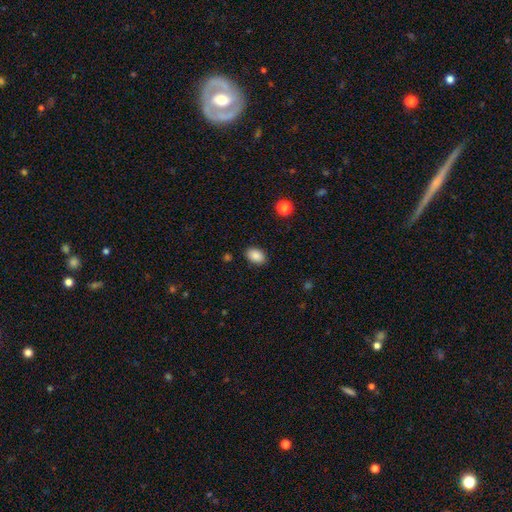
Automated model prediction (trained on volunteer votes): smooth_or_featured: smooth (p=0.88) [alt: star or artifact p=0.08]
how_rounded: in between (p=0.85) [alt: round p=0.13]
merging: none (p=0.88) [alt: minor disturbance p=0.09]